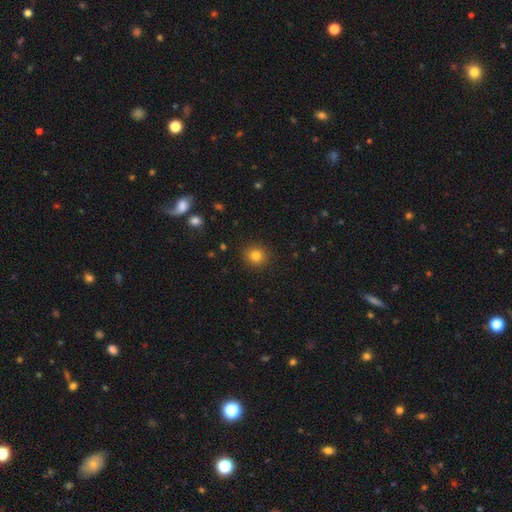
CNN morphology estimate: smooth 82%, star or artifact 12%, featured or disk 6%. Down the decision tree: how rounded — round (85%); merging — none (91%).